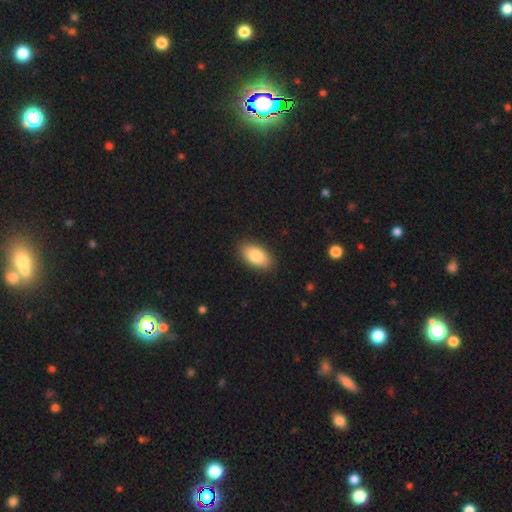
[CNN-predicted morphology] type=smooth (86%); roundness=in between (93%); merging=none (88%).